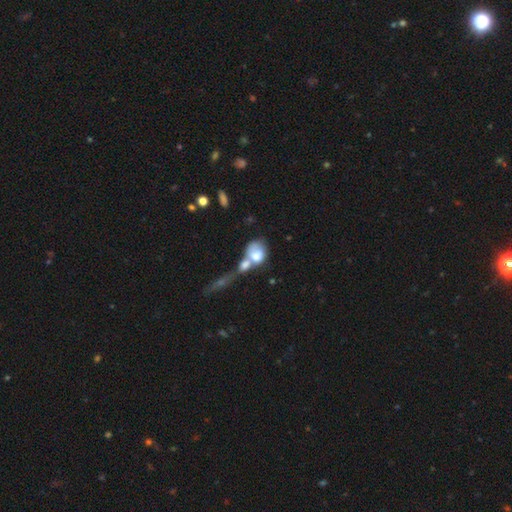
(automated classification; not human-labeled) A smooth galaxy with no disk features (65%) that is in between round and cigar-shaped (53%).

Vote fractions:
- Smooth or featured? smooth: 65% / featured or disk: 27% / star or artifact: 9%
- How rounded? in between: 53% / round: 44% / cigar-shaped: 3%
- Merging? merger: 70% / none: 12% / major disturbance: 11% / minor disturbance: 7%